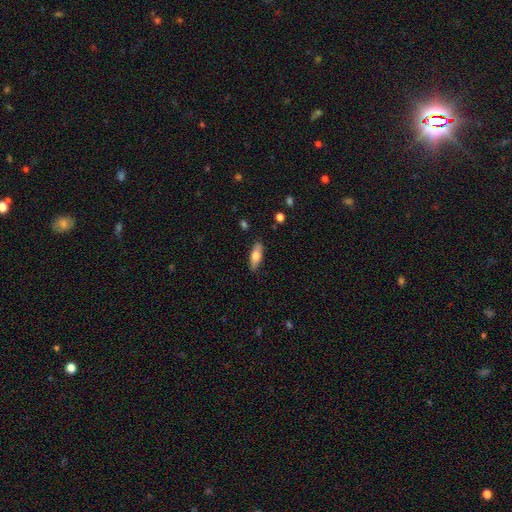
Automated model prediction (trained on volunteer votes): Q: Smooth or featured?
A: smooth (68%); runner-up: featured or disk (26%)
Q: How rounded?
A: in between (67%); runner-up: cigar-shaped (31%)
Q: Merging?
A: none (85%); runner-up: minor disturbance (11%)